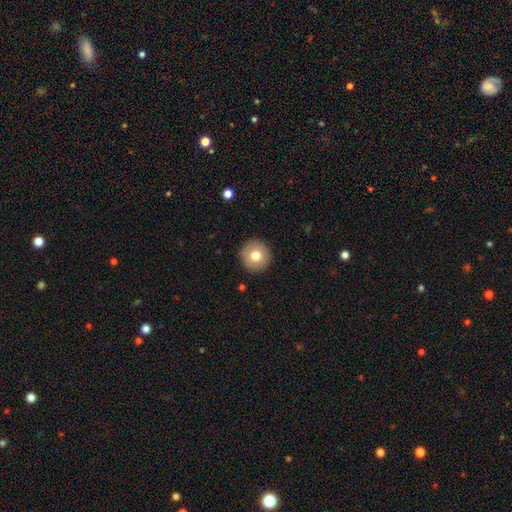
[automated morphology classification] smooth-or-featured: smooth: 76% | featured or disk: 15% | star or artifact: 9%
  how-rounded: round: 95% | in between: 4% | cigar-shaped: 1%
  merging: none: 92% | minor disturbance: 5% | major disturbance: 2% | merger: 1%